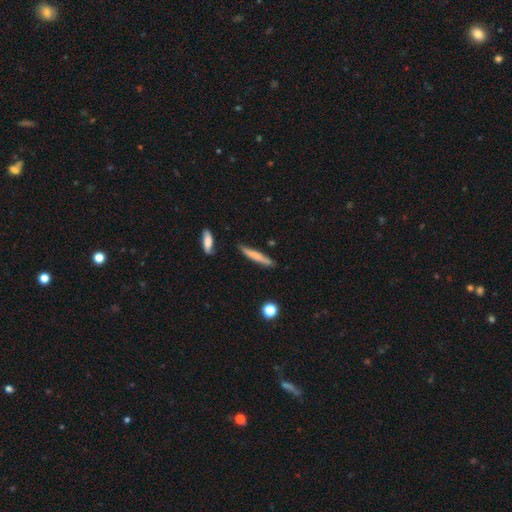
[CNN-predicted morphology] A smooth galaxy with no disk features (66%) that is cigar-shaped (93%). Merging: none (79%).